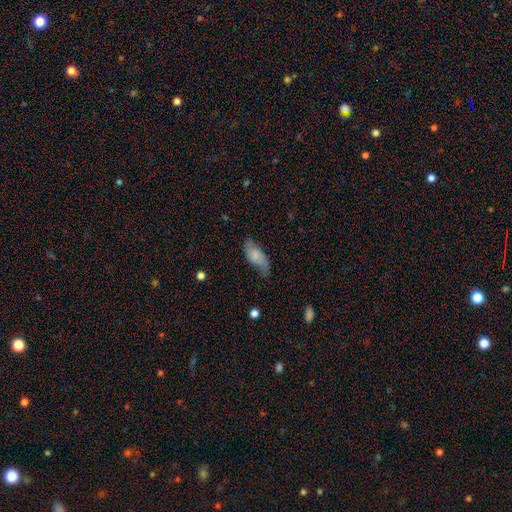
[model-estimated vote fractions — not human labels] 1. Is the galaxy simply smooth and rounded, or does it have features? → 67% smooth, 26% featured or disk, 7% star or artifact.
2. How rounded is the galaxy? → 86% in between, 11% cigar-shaped, 2% round.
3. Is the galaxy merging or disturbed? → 49% none, 34% minor disturbance, 14% major disturbance, 2% merger.